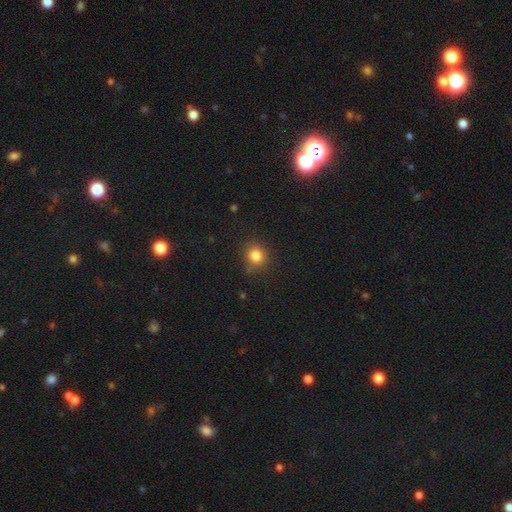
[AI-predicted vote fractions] Smooth or featured? Predicted: smooth (p=0.83). How rounded? Predicted: round (p=0.84). Merging? Predicted: none (p=0.83).